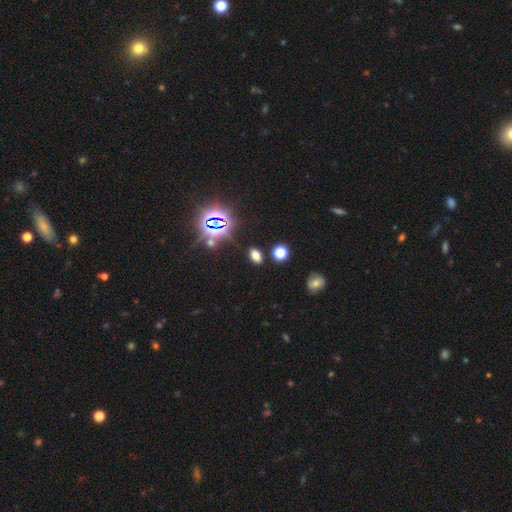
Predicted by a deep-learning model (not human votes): A smooth galaxy with no disk features (63%) that is in between round and cigar-shaped (84%).

Vote fractions:
- Smooth or featured? smooth: 63% / star or artifact: 30% / featured or disk: 7%
- How rounded? in between: 84% / round: 13% / cigar-shaped: 3%
- Merging? none: 85% / minor disturbance: 8% / merger: 4% / major disturbance: 3%